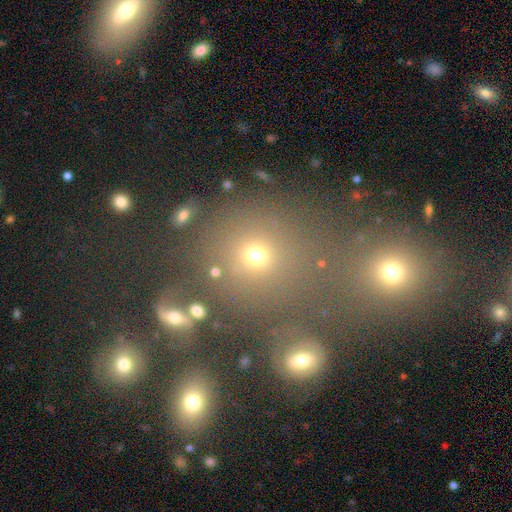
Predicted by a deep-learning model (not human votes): The model was most divided on "smooth or featured": smooth: 62%, star or artifact: 26%, featured or disk: 12%. More confident: how rounded — round (86%); merging — none (68%).